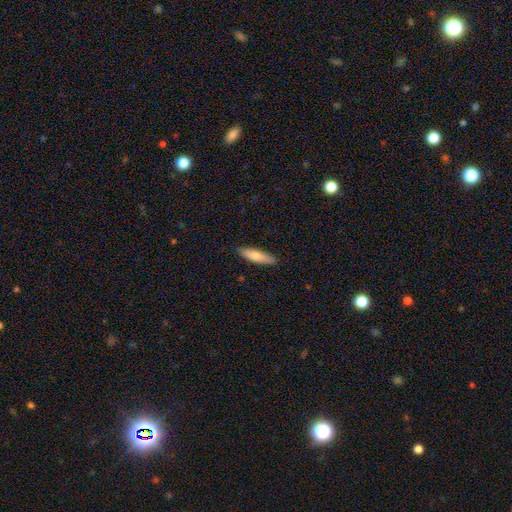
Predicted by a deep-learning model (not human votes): smooth_or_featured: smooth (p=0.72) [alt: featured or disk p=0.22]
how_rounded: cigar-shaped (p=0.72) [alt: in between p=0.27]
merging: none (p=0.88) [alt: minor disturbance p=0.09]